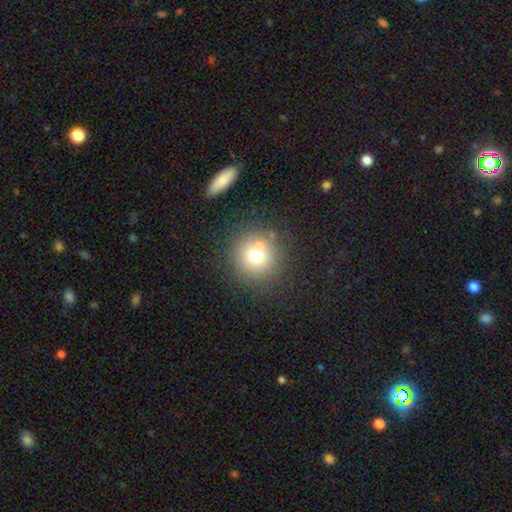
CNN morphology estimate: This is likely a smooth galaxy (69%). How rounded: clearly round (93%). Merging: likely none (73%).